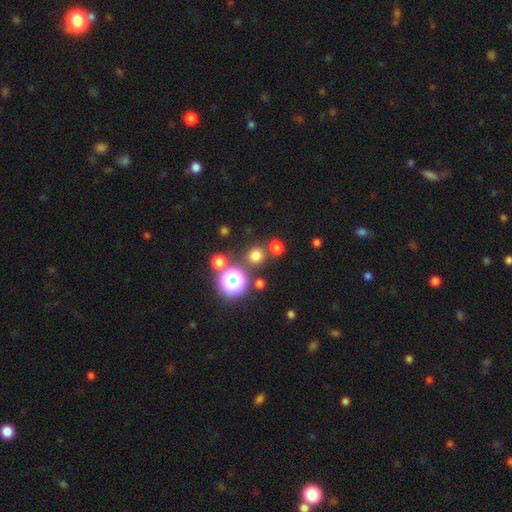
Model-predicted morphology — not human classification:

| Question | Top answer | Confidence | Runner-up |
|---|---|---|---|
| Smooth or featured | smooth | 71% | star or artifact (23%) |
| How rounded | round | 90% | in between (8%) |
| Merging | none | 78% | merger (11%) |